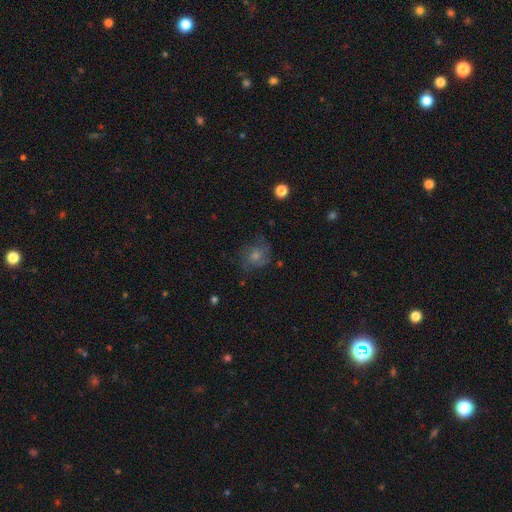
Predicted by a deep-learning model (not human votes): Smooth or featured: featured or disk — 43% (smooth — 34%)
Merging: none — 72% (minor disturbance — 18%)